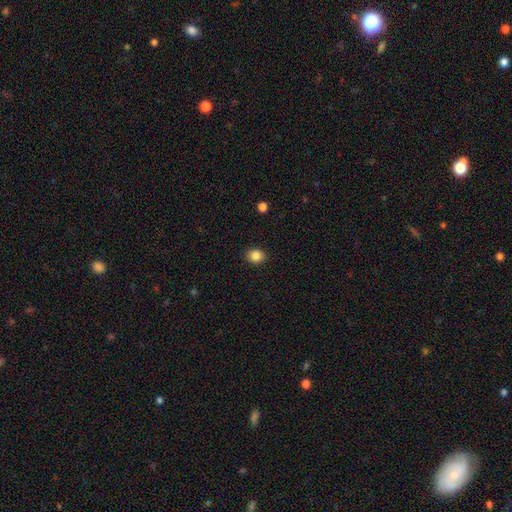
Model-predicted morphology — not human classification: Smooth or featured?
  - smooth: 86% *
  - star or artifact: 10%
  - featured or disk: 4%
How rounded?
  - round: 58% *
  - in between: 41%
  - cigar-shaped: 1%
Merging?
  - none: 90% *
  - minor disturbance: 7%
  - major disturbance: 2%
  - merger: 1%